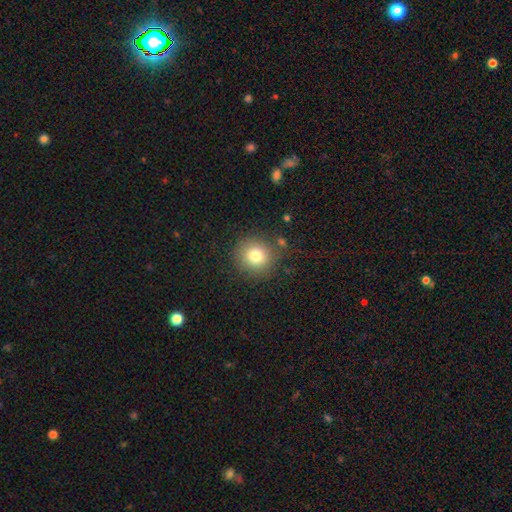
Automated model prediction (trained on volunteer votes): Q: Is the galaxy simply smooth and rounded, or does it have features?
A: smooth — 79%.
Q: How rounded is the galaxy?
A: round — 92%.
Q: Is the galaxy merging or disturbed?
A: none — 84%.